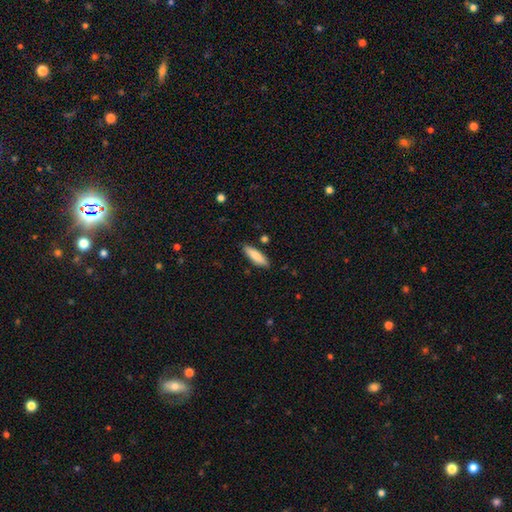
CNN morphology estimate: type=smooth (83%); roundness=cigar-shaped (58%); merging=none (87%).